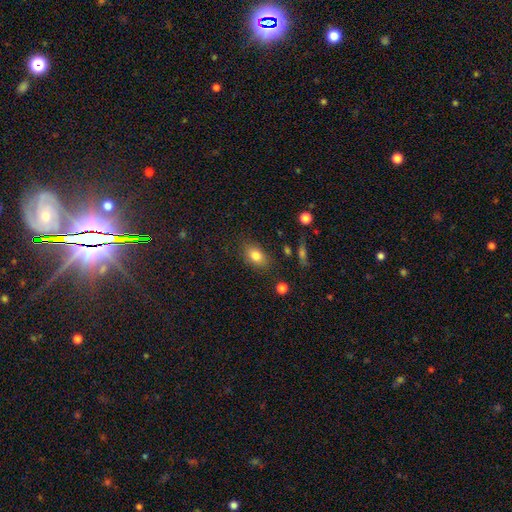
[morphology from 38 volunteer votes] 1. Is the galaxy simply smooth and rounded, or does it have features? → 71% smooth, 21% featured or disk, 8% star or artifact.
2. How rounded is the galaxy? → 81% in between, 15% round, 4% cigar-shaped.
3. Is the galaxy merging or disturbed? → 80% none, 17% minor disturbance, 3% major disturbance, 0% merger.